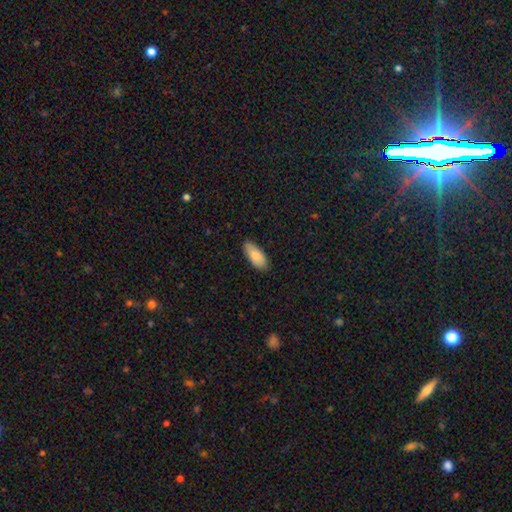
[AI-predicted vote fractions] Smooth or featured: smooth — 81% (featured or disk — 13%)
How rounded: in between — 88% (cigar-shaped — 10%)
Merging: none — 84% (minor disturbance — 13%)